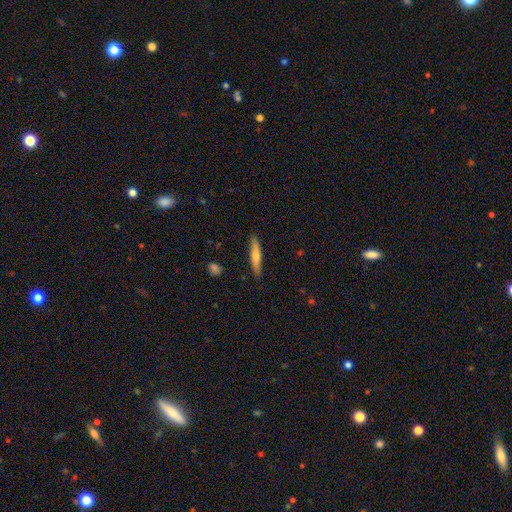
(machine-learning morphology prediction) The model was most divided on "smooth or featured": smooth: 57%, featured or disk: 37%, star or artifact: 6%. More confident: how rounded — cigar-shaped (88%); merging — none (87%).